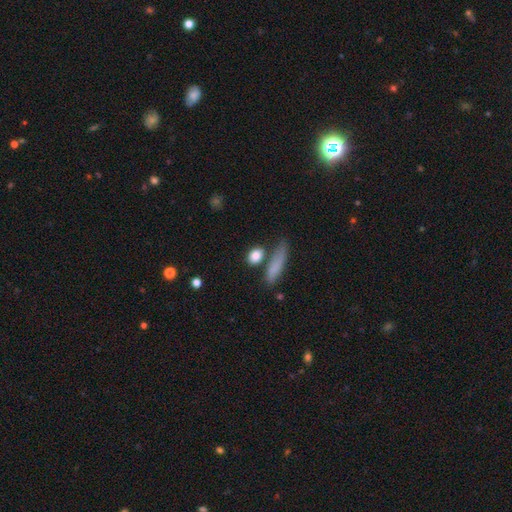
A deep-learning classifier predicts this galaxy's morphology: This is clearly a smooth galaxy (85%). How rounded: possibly in between (53%). Merging: likely none (67%).